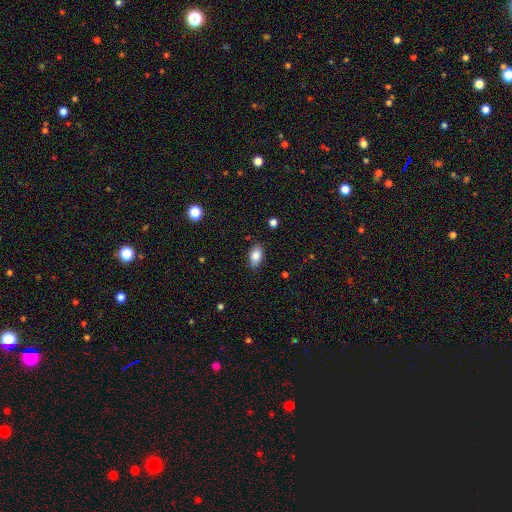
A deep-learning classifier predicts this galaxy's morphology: Smooth or featured? smooth (83%)
How rounded? in between (90%)
Merging? none (83%)